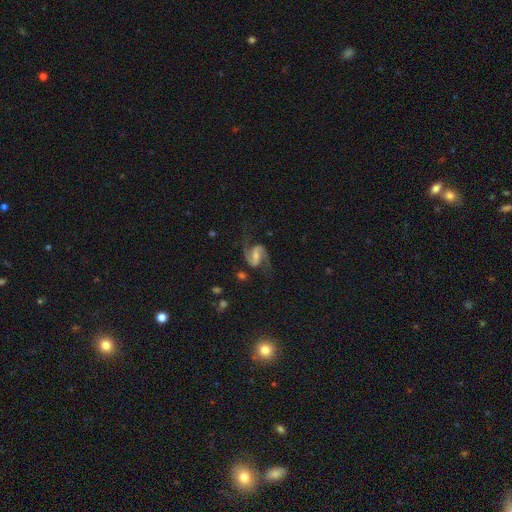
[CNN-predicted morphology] Overall: featured or disk (89%). Edge-on disk: no (98%). Bar: weak (46%; strong 33%). Spiral arms: yes (97%). Spiral arm count: 2 (94%). Spiral winding: medium (51%; loose 39%). Bulge size: small (44%; moderate 37%). Merging: none (73%).